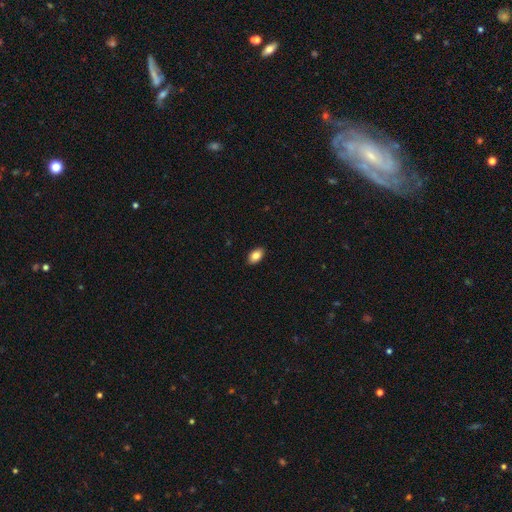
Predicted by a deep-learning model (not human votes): A smooth galaxy with no disk features (85%) that is in between round and cigar-shaped (91%). Merging: none (90%).